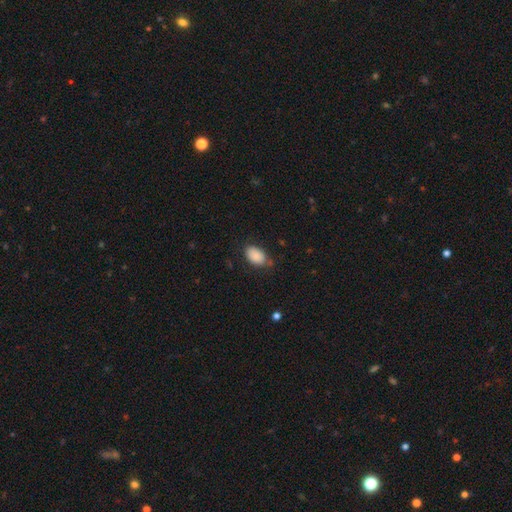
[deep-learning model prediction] This appears to be a smooth galaxy with no disk features (89%) that is in between round and cigar-shaped (91%). Merging: none (74%).